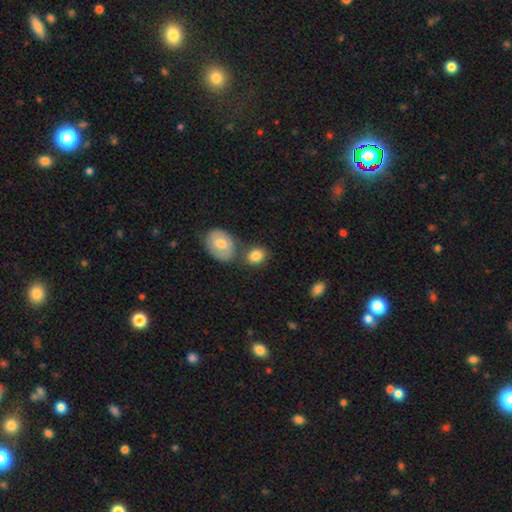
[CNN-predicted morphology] Smooth or featured? smooth (83%)
How rounded? in between (60%)
Merging? none (61%)